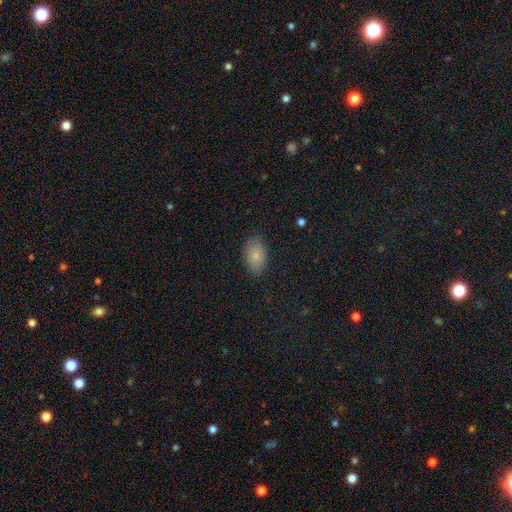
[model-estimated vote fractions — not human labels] This is clearly a smooth galaxy (81%). How rounded: clearly in between (92%). Merging: clearly none (85%).